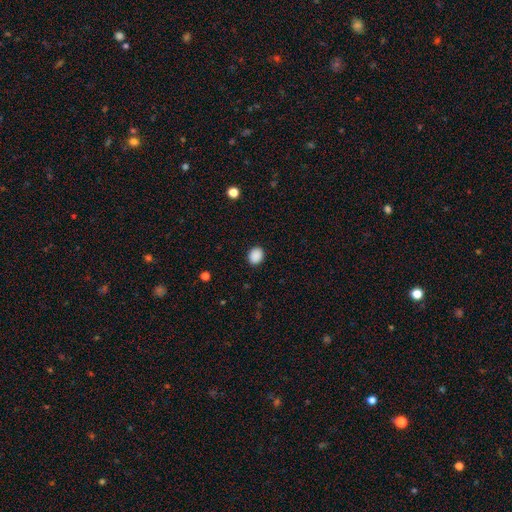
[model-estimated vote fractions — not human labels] The model was most divided on "how rounded" (2-way tie): in between: 50%, round: 50%, cigar-shaped: 1%. More confident: merging — none (90%); smooth or featured — smooth (89%).